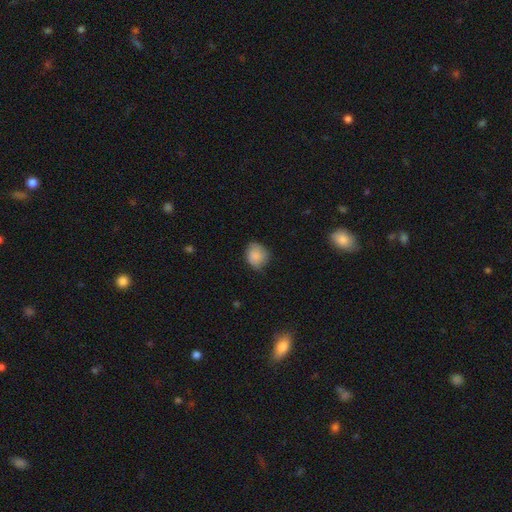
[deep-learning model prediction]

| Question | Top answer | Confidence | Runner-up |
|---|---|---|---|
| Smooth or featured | smooth | 83% | featured or disk (10%) |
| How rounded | round | 64% | in between (35%) |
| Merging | none | 64% | minor disturbance (29%) |